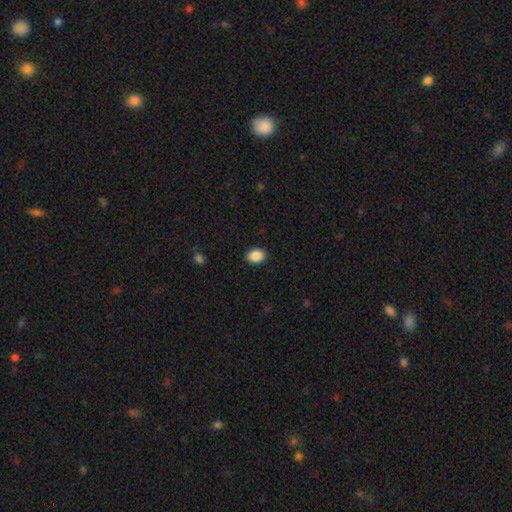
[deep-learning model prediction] A smooth galaxy with no disk features (89%) that is in between round and cigar-shaped (74%). Merging: none (90%).